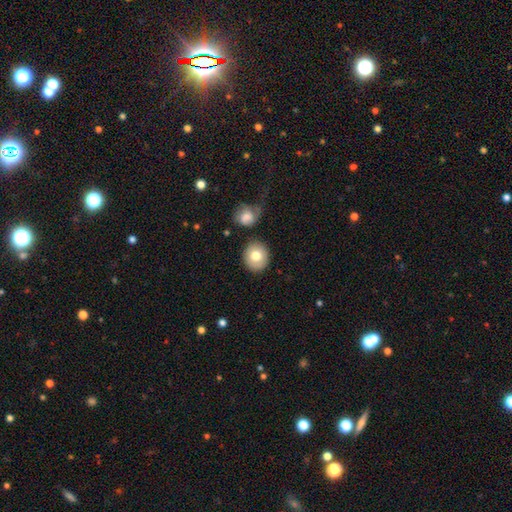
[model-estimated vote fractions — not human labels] This is likely a smooth galaxy (76%). How rounded: clearly round (80%). Merging: clearly none (82%).